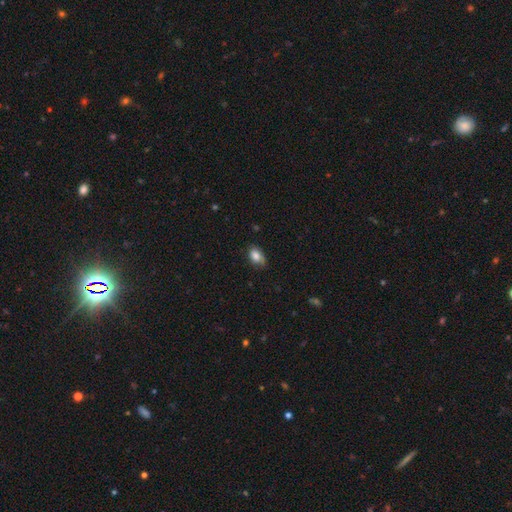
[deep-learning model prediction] smooth 80%, featured or disk 12%, star or artifact 8%. Down the decision tree: how rounded — in between (88%); merging — none (66%).